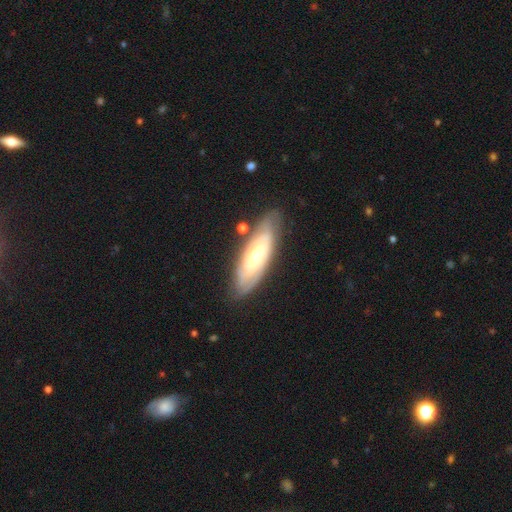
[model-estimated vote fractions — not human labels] Smooth or featured? featured or disk (55%)
Edge-on disk? no (67%)
Merging? none (82%)